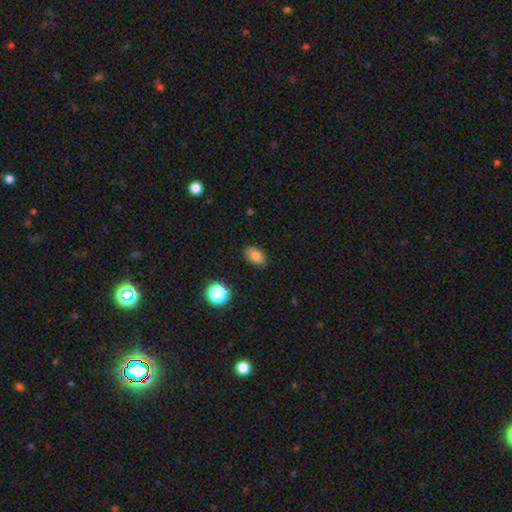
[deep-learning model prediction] smooth 81%, star or artifact 11%, featured or disk 8%. Down the decision tree: how rounded — in between (87%); merging — none (87%).